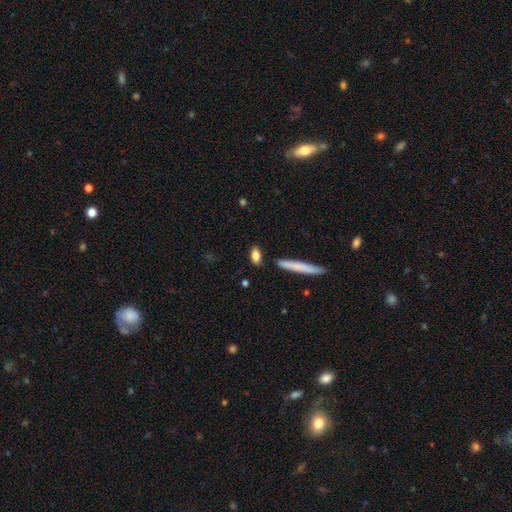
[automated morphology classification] Smooth or featured: smooth — 82% (featured or disk — 11%)
How rounded: in between — 75% (cigar-shaped — 20%)
Merging: none — 81% (minor disturbance — 11%)